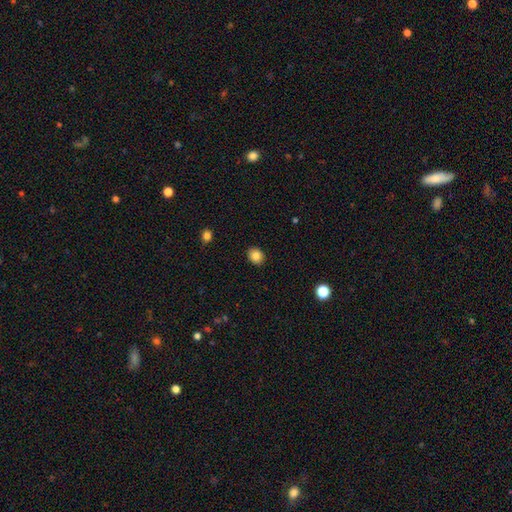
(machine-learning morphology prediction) smooth-or-featured: smooth: 85% | star or artifact: 9% | featured or disk: 6%
  how-rounded: round: 56% | in between: 43% | cigar-shaped: 1%
  merging: none: 90% | minor disturbance: 7% | major disturbance: 2% | merger: 1%